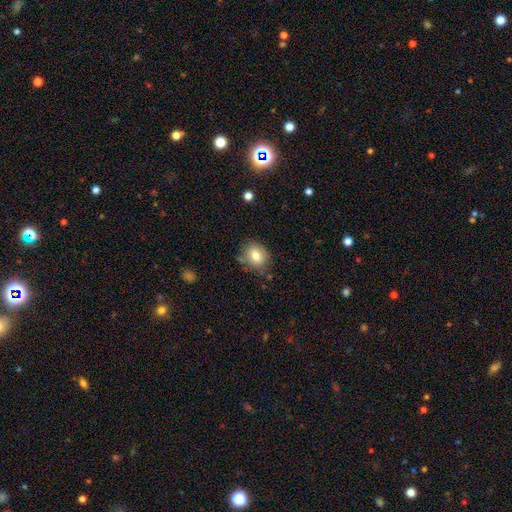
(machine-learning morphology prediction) smooth_or_featured: smooth (p=0.77) [alt: featured or disk p=0.13]
how_rounded: round (p=0.60) [alt: in between p=0.39]
merging: none (p=0.76) [alt: minor disturbance p=0.16]